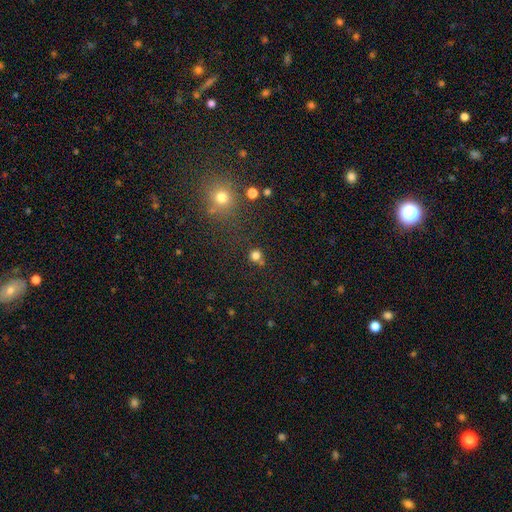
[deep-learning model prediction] smooth_or_featured: smooth (p=0.77) [alt: star or artifact p=0.18]
how_rounded: round (p=0.88) [alt: in between p=0.11]
merging: none (p=0.70) [alt: merger p=0.13]